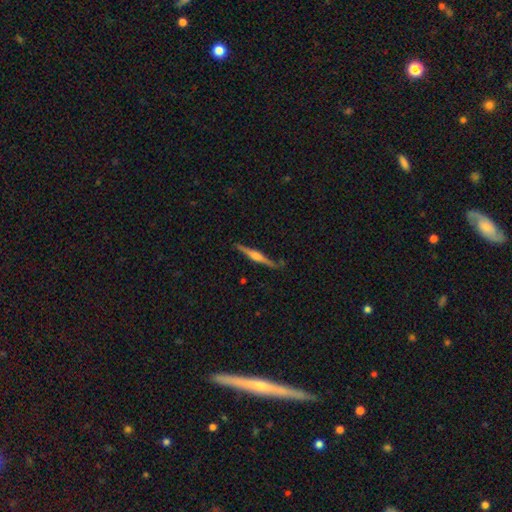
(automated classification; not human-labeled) The model was most divided on "smooth or featured": featured or disk: 80%, smooth: 14%, star or artifact: 5%. More confident: edge-on disk — yes (98%); merging — none (87%); edge-on bulge — rounded (81%).